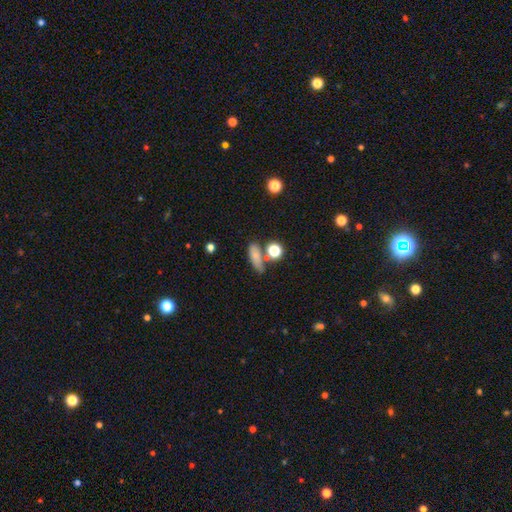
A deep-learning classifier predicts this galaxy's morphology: smooth-or-featured: smooth: 74% | featured or disk: 13% | star or artifact: 13%
  how-rounded: in between: 59% | cigar-shaped: 27% | round: 14%
  merging: none: 59% | minor disturbance: 18% | merger: 16% | major disturbance: 7%